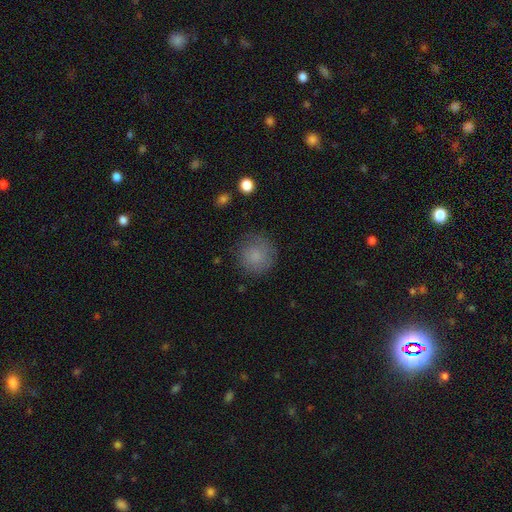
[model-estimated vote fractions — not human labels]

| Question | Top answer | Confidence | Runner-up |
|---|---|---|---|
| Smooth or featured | smooth | 81% | featured or disk (10%) |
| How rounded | round | 93% | in between (6%) |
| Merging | none | 79% | minor disturbance (15%) |